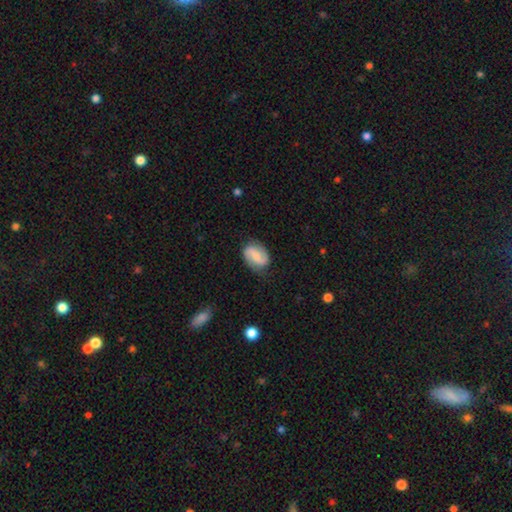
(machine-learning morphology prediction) featured or disk 57%, smooth 36%, star or artifact 7%. Down the decision tree: edge-on disk — no (97%); bar — weak (43%); spiral arms — yes (91%); spiral arm count — 2 (89%); spiral winding — loose (40%); bulge size — none (36%); merging — none (77%).